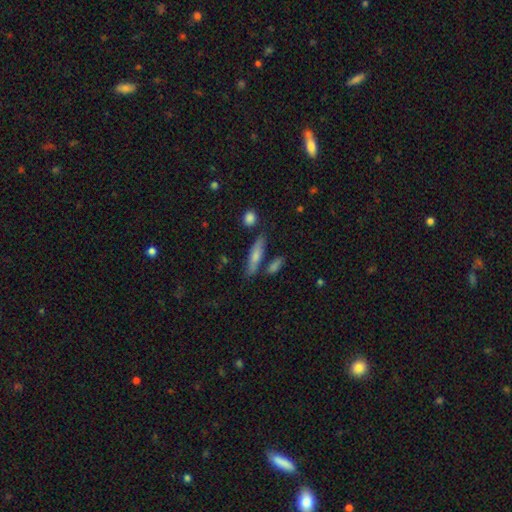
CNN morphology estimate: This is likely a smooth galaxy (66%). How rounded: likely cigar-shaped (74%). Merging: likely none (75%).